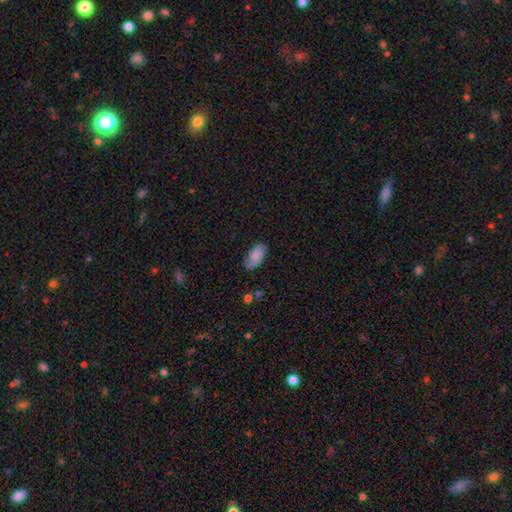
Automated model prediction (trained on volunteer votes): Smooth or featured?
  - smooth: 78% *
  - featured or disk: 15%
  - star or artifact: 7%
How rounded?
  - in between: 94% *
  - cigar-shaped: 4%
  - round: 2%
Merging?
  - none: 71% *
  - minor disturbance: 23%
  - major disturbance: 5%
  - merger: 2%